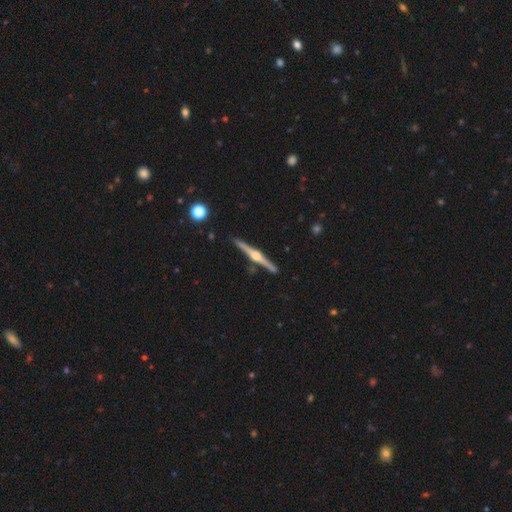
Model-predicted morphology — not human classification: A featured or disk galaxy (86%) viewed edge-on (99%) with a rounded central bulge (94%). Merging: none (91%).